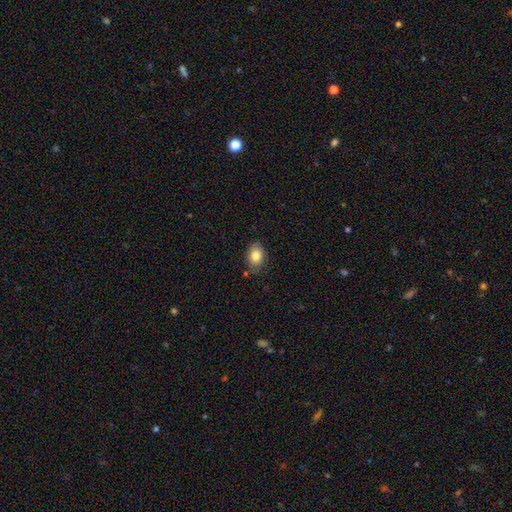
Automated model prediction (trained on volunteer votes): This appears to be a smooth galaxy with no disk features (82%) that is in between round and cigar-shaped (79%). Merging: none (76%).